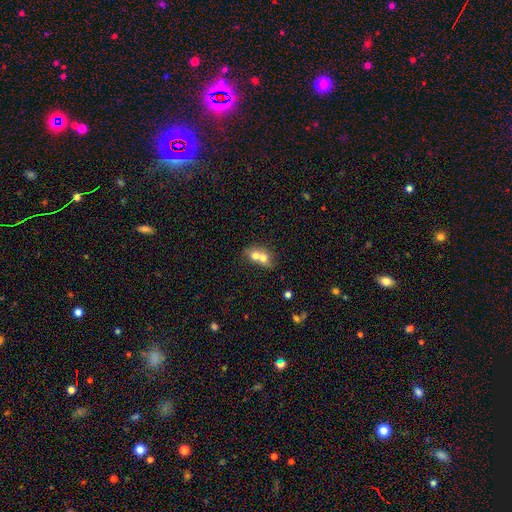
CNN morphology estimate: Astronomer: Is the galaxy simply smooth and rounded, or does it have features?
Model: smooth — 66%.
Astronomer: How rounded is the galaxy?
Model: round — 56% (runner-up: in between, 42%).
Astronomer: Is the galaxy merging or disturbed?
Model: merger — 73%.